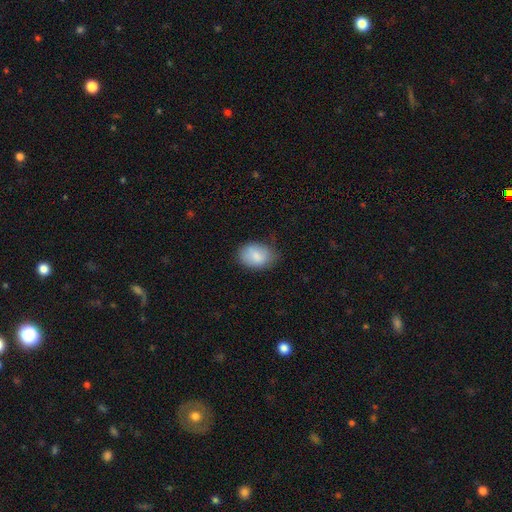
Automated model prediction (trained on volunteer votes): Smooth or featured?
  - smooth: 84% *
  - featured or disk: 9%
  - star or artifact: 7%
How rounded?
  - in between: 81% *
  - round: 18%
  - cigar-shaped: 1%
Merging?
  - none: 70% *
  - minor disturbance: 24%
  - major disturbance: 5%
  - merger: 1%